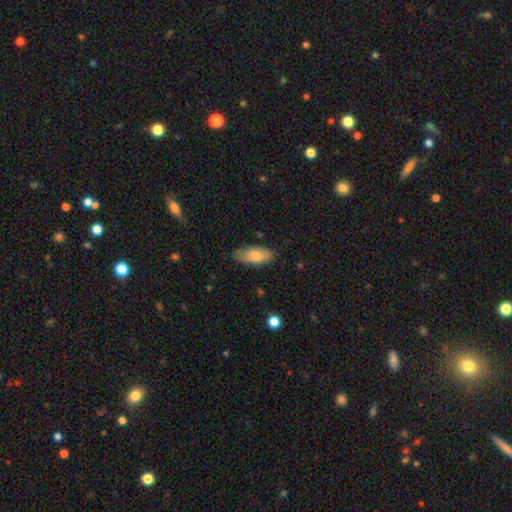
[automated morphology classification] This appears to be a smooth galaxy with no disk features (80%) that is in between round and cigar-shaped (87%). Merging: none (80%).